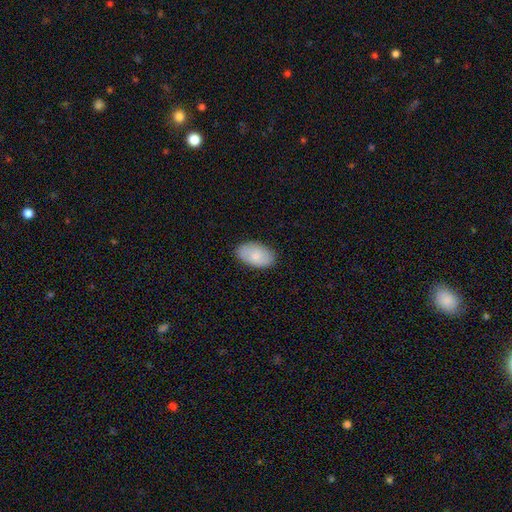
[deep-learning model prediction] Overall: smooth (81%). How rounded: in between (94%). Merging: none (87%).